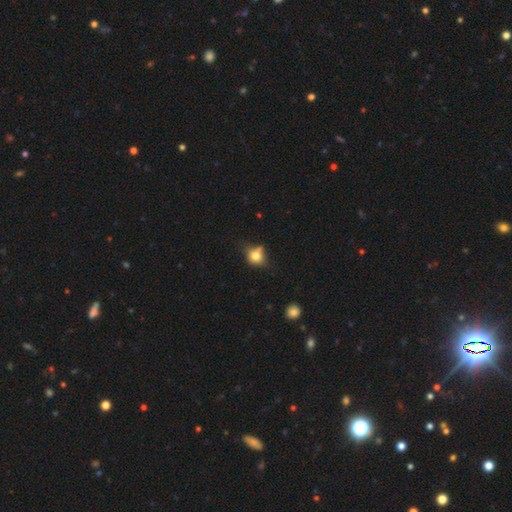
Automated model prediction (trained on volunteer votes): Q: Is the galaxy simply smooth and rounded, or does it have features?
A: smooth — 74%.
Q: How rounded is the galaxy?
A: round — 67%.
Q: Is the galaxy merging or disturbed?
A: none — 54%.